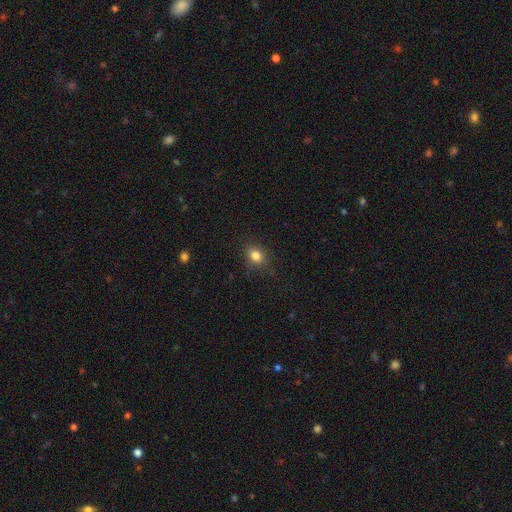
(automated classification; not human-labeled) Smooth or featured? smooth (82%)
How rounded? round (58%)
Merging? none (85%)